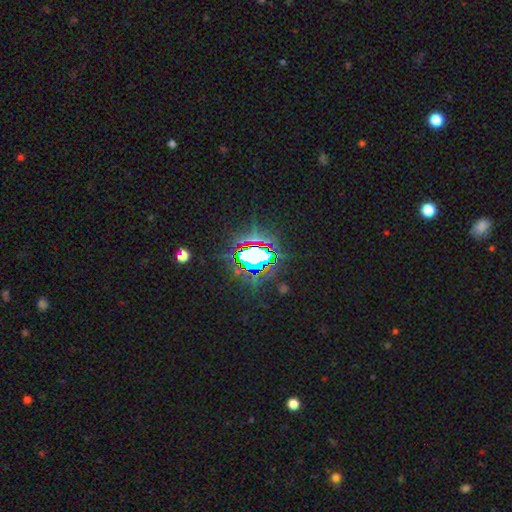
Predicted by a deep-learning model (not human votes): A star or artifact, not a galaxy (75%).